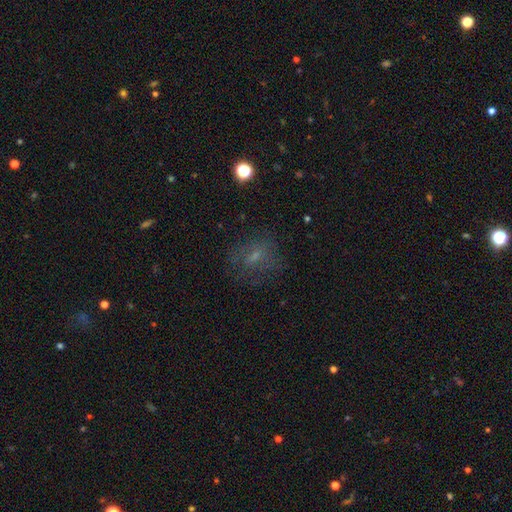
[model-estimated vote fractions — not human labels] This appears to be a smooth galaxy with no disk features (50%) that is round (49%). Merging: none (66%).